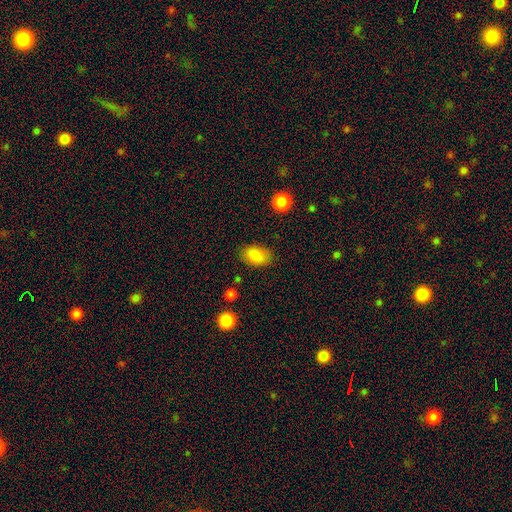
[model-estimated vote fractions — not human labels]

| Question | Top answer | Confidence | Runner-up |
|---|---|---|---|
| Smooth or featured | smooth | 86% | star or artifact (7%) |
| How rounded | in between | 89% | round (10%) |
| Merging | none | 84% | minor disturbance (11%) |